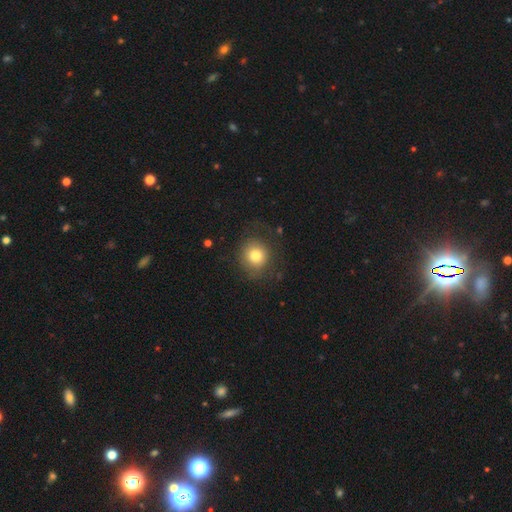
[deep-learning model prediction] The model was most divided on "merging": none: 75%, minor disturbance: 15%, major disturbance: 9%, merger: 1%. More confident: how rounded — round (88%); smooth or featured — smooth (77%).